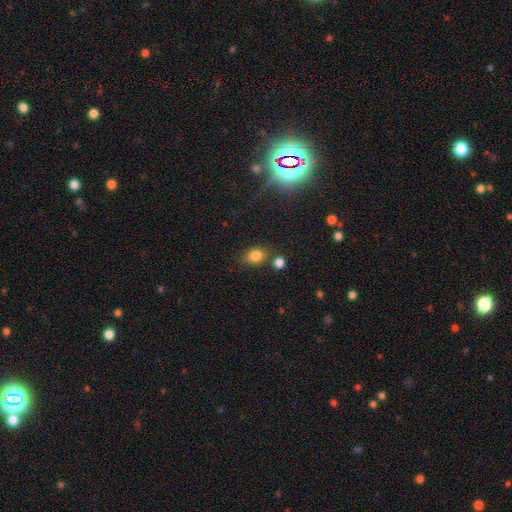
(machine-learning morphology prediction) type=smooth (81%); roundness=in between (55%); merging=none (70%).